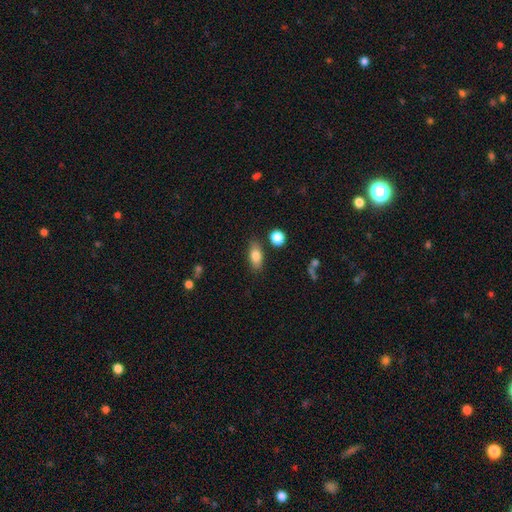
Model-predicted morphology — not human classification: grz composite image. It shows a smooth galaxy with no disk features (81%) that is in between round and cigar-shaped (81%). Merging: none (82%).